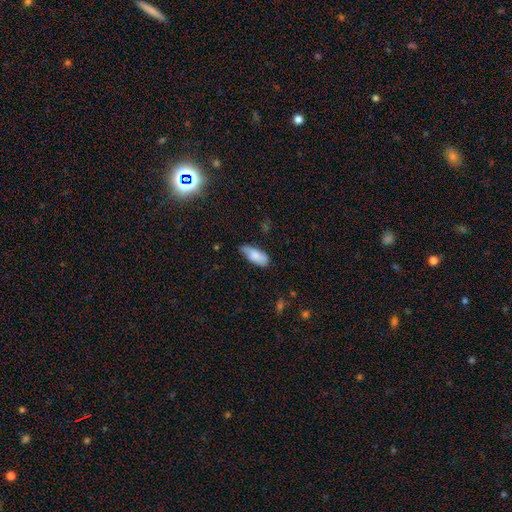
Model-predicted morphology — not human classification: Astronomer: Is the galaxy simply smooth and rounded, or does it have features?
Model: smooth — 81%.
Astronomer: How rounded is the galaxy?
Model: in between — 78%.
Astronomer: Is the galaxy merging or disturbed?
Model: none — 62%.